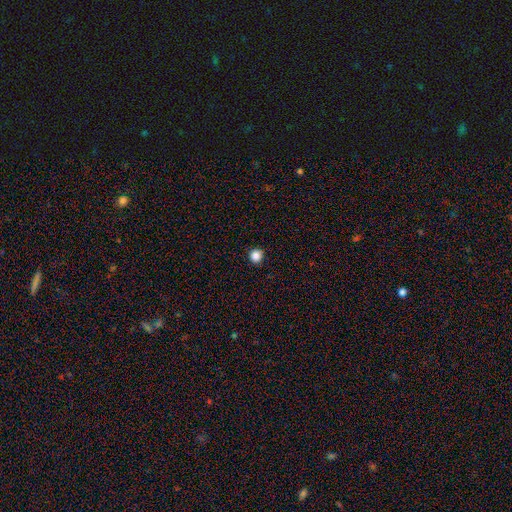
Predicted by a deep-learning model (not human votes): The model was most divided on "smooth or featured": smooth: 85%, star or artifact: 11%, featured or disk: 3%. More confident: how rounded — round (92%); merging — none (92%).